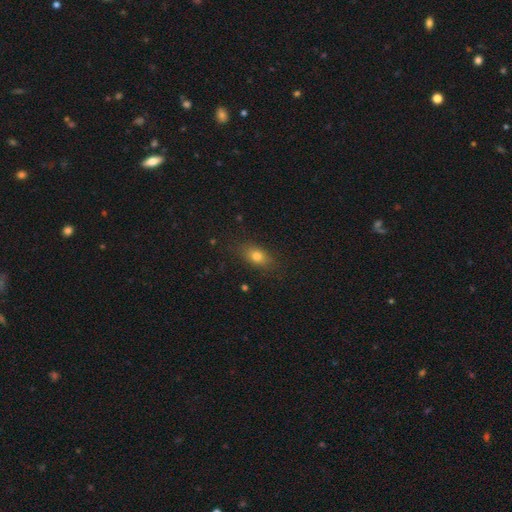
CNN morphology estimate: smooth-or-featured: smooth: 77% | featured or disk: 12% | star or artifact: 11%
  how-rounded: in between: 76% | round: 17% | cigar-shaped: 7%
  merging: none: 81% | minor disturbance: 14% | major disturbance: 4% | merger: 1%